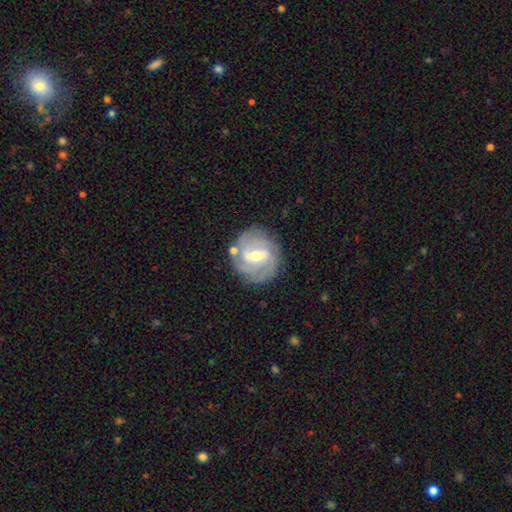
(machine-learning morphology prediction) featured or disk 78%, smooth 16%, star or artifact 6%. Down the decision tree: edge-on disk — no (97%); bar — weak (53%); spiral arms — yes (89%); spiral arm count — 2 (35%); spiral winding — tight (47%); bulge size — moderate (58%); merging — none (75%).